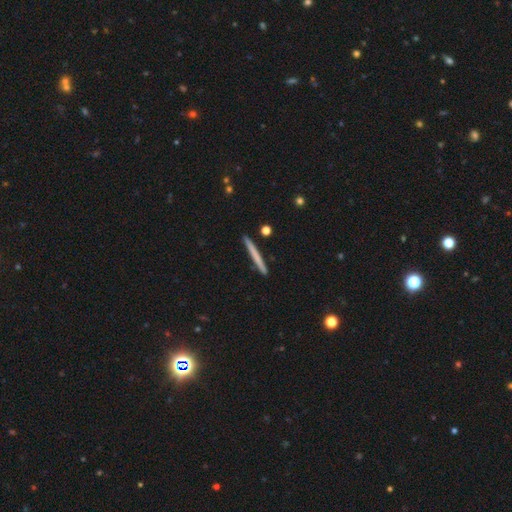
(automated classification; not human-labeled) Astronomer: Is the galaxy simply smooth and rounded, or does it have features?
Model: smooth — 61%.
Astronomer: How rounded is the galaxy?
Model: cigar-shaped — 97%.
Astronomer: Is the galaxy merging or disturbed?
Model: none — 91%.